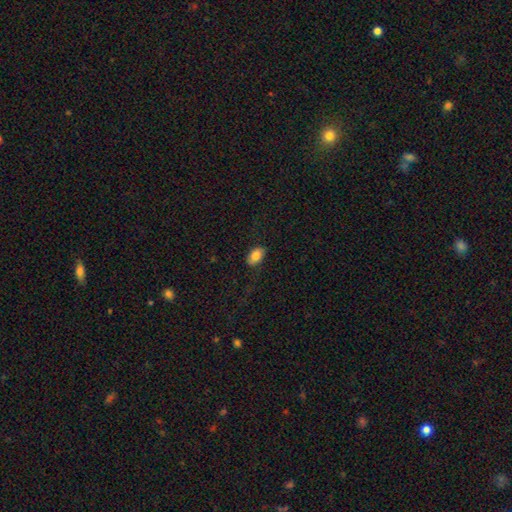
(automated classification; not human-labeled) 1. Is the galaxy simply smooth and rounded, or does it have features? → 82% smooth, 10% featured or disk, 8% star or artifact.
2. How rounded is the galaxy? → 90% in between, 8% round, 2% cigar-shaped.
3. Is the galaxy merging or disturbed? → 82% none, 13% minor disturbance, 4% major disturbance, 1% merger.